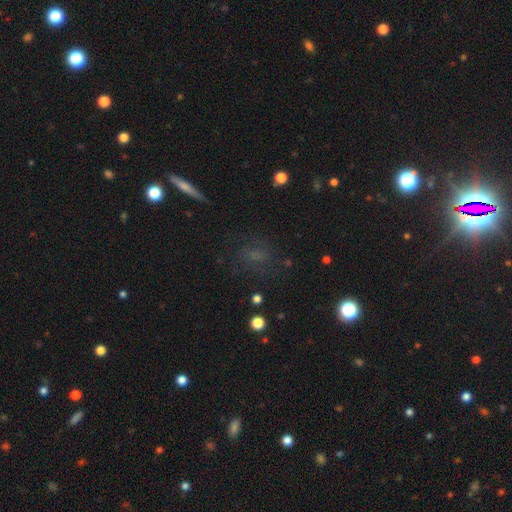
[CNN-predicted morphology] A smooth galaxy with no disk features (48%). Merging: none (71%).